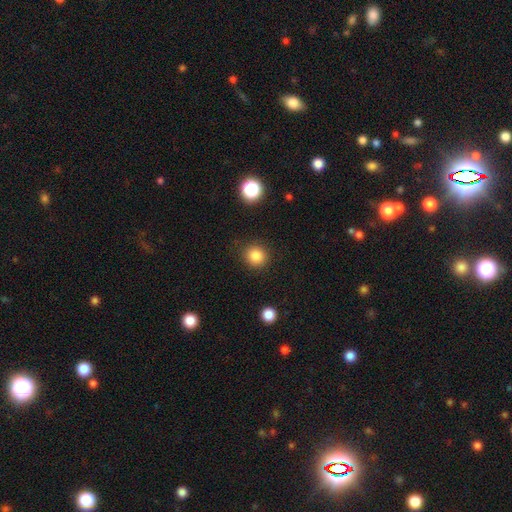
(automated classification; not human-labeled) This is clearly a smooth galaxy (85%). How rounded: clearly round (90%). Merging: clearly none (89%).